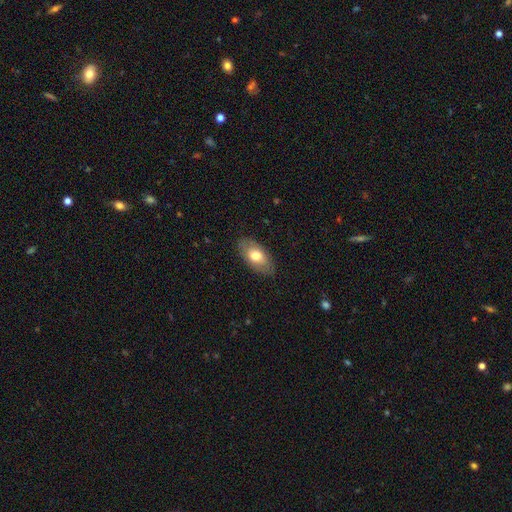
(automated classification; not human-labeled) Smooth or featured? Predicted: smooth (p=0.70). How rounded? Predicted: in between (p=0.93). Merging? Predicted: none (p=0.84).